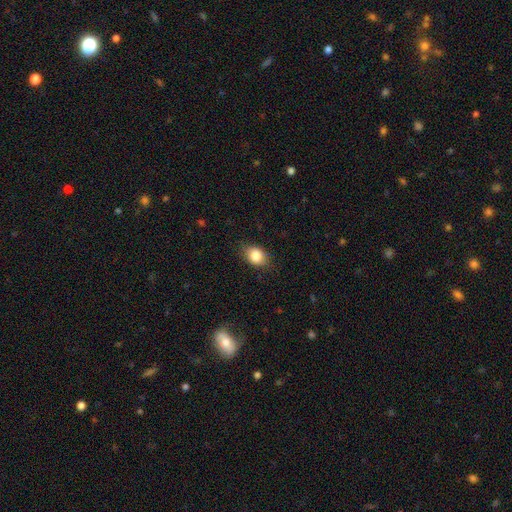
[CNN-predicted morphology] smooth 84%, star or artifact 8%, featured or disk 7%. Down the decision tree: how rounded — in between (70%); merging — none (81%).